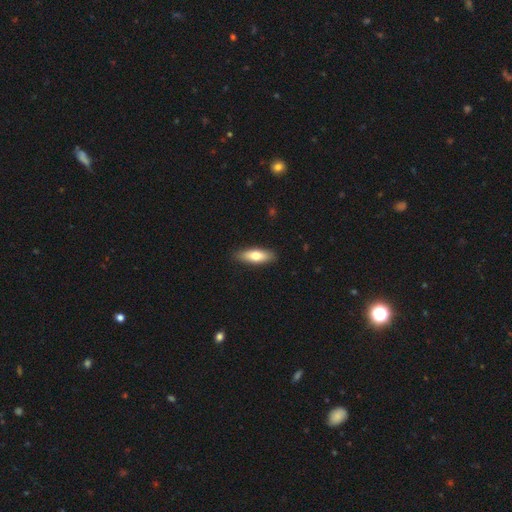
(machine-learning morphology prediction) Smooth or featured? Predicted: smooth (p=0.69). How rounded? Predicted: in between (p=0.57). Merging? Predicted: none (p=0.89).